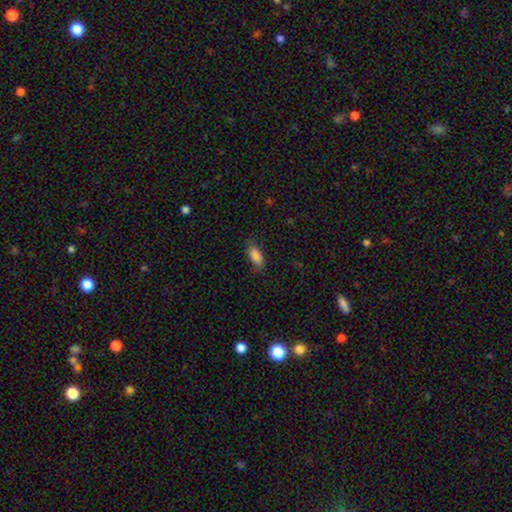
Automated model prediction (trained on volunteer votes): A smooth galaxy with no disk features (86%) that is in between round and cigar-shaped (84%).

Vote fractions:
- Smooth or featured? smooth: 86% / star or artifact: 7% / featured or disk: 7%
- How rounded? in between: 84% / cigar-shaped: 14% / round: 2%
- Merging? none: 74% / minor disturbance: 20% / major disturbance: 5% / merger: 1%